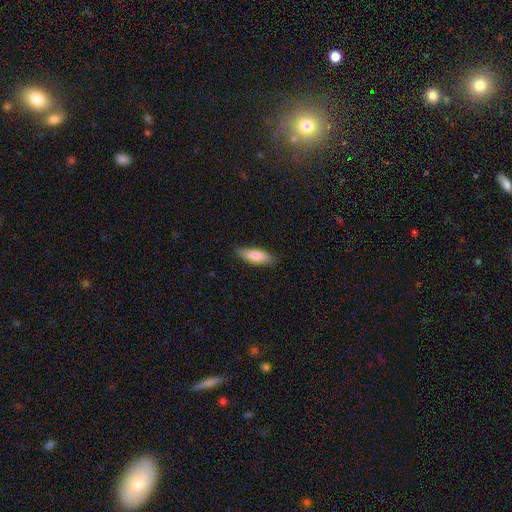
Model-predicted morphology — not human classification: Smooth or featured? smooth (80%)
How rounded? in between (62%)
Merging? none (83%)